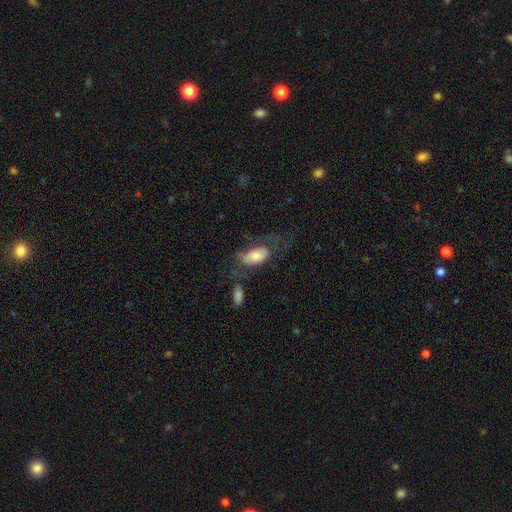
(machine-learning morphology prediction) This appears to be a smooth galaxy with no disk features (64%) that is in between round and cigar-shaped (91%). Merging: none (37%).